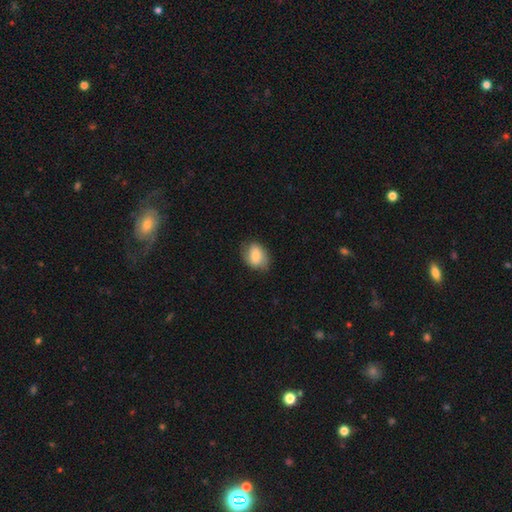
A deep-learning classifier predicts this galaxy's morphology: This is likely a smooth galaxy (74%). How rounded: likely in between (72%). Merging: likely none (72%).